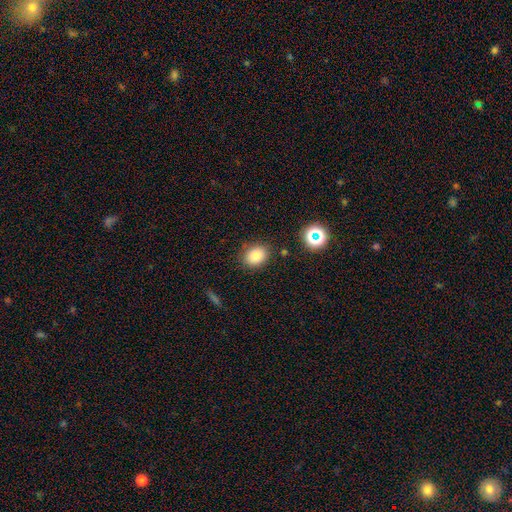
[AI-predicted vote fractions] This appears to be a smooth galaxy with no disk features (82%) that is in between round and cigar-shaped (51%). Merging: none (84%).